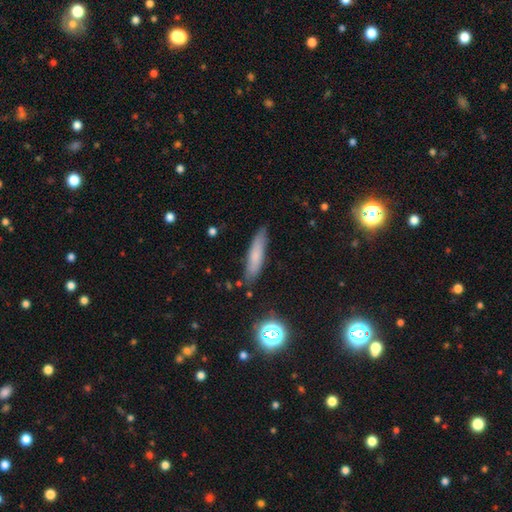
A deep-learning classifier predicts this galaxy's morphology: Smooth or featured? Predicted: smooth (p=0.72). How rounded? Predicted: cigar-shaped (p=0.80). Merging? Predicted: none (p=0.84).